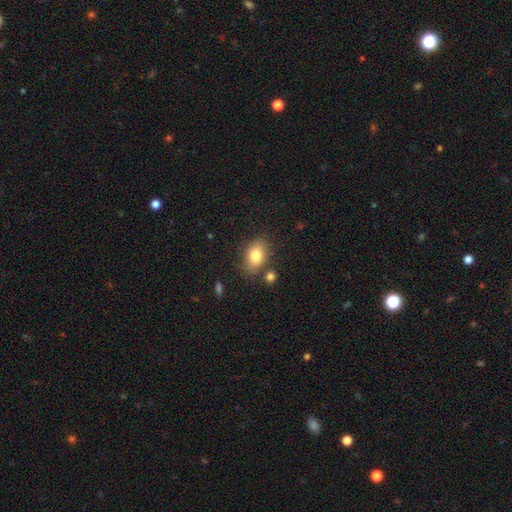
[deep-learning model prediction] smooth_or_featured: smooth (p=0.81) [alt: featured or disk p=0.11]
how_rounded: in between (p=0.80) [alt: round p=0.18]
merging: none (p=0.76) [alt: minor disturbance p=0.14]